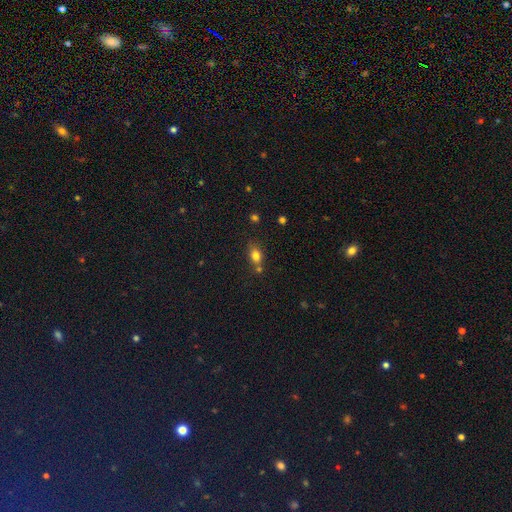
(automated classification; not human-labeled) Smooth or featured?
  - smooth: 78% *
  - star or artifact: 11%
  - featured or disk: 11%
How rounded?
  - in between: 69% *
  - round: 26%
  - cigar-shaped: 5%
Merging?
  - none: 60% *
  - minor disturbance: 18%
  - merger: 17%
  - major disturbance: 5%